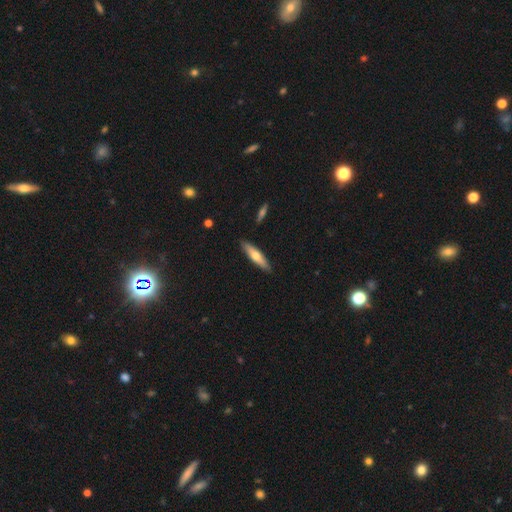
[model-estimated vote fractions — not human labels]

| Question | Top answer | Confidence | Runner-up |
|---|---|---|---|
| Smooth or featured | smooth | 54% | featured or disk (40%) |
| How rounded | cigar-shaped | 74% | in between (24%) |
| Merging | none | 88% | minor disturbance (9%) |